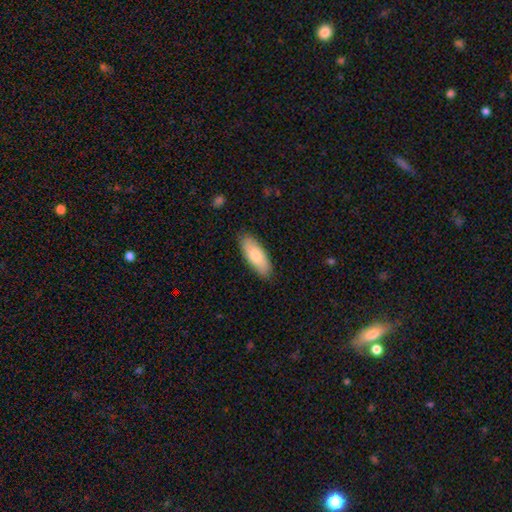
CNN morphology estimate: smooth-or-featured: smooth: 79% | featured or disk: 16% | star or artifact: 5%
  how-rounded: in between: 73% | cigar-shaped: 25% | round: 2%
  merging: none: 85% | minor disturbance: 11% | major disturbance: 2% | merger: 1%